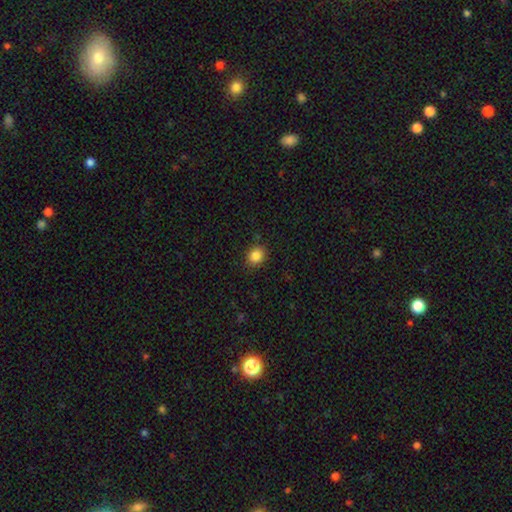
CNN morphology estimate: Q: Smooth or featured?
A: smooth (86%); runner-up: star or artifact (10%)
Q: How rounded?
A: round (66%); runner-up: in between (33%)
Q: Merging?
A: none (87%); runner-up: minor disturbance (9%)